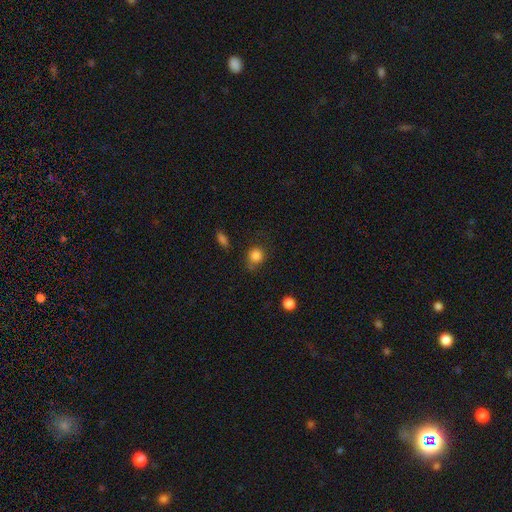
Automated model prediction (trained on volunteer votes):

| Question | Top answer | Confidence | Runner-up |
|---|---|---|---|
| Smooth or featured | smooth | 85% | star or artifact (11%) |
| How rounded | round | 81% | in between (18%) |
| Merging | none | 68% | minor disturbance (22%) |